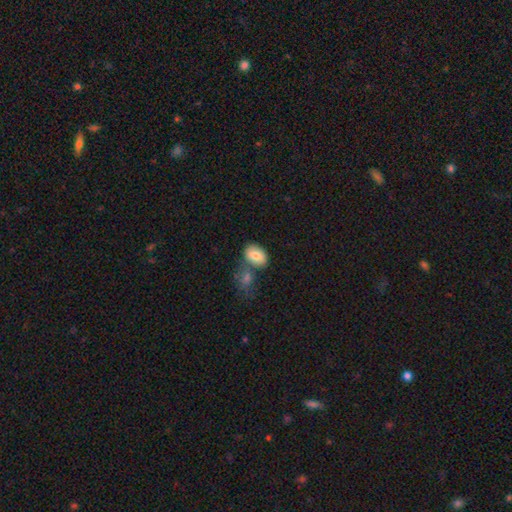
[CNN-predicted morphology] smooth-or-featured: smooth: 79% | featured or disk: 14% | star or artifact: 8%
  how-rounded: in between: 85% | round: 14% | cigar-shaped: 2%
  merging: none: 54% | merger: 28% | minor disturbance: 14% | major disturbance: 5%